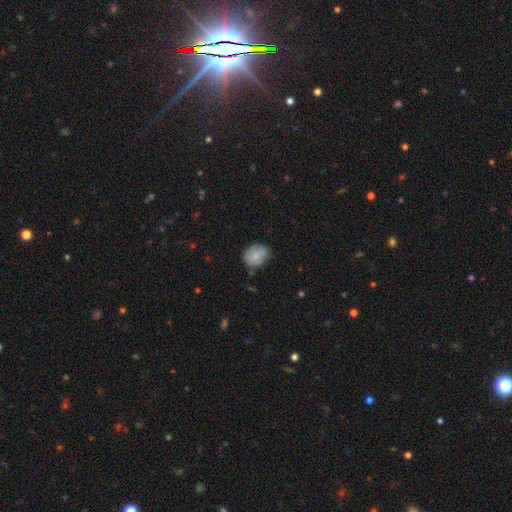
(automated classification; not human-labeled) Q: Smooth or featured?
A: smooth (71%); runner-up: featured or disk (22%)
Q: How rounded?
A: round (51%); runner-up: in between (48%)
Q: Merging?
A: none (61%); runner-up: minor disturbance (29%)